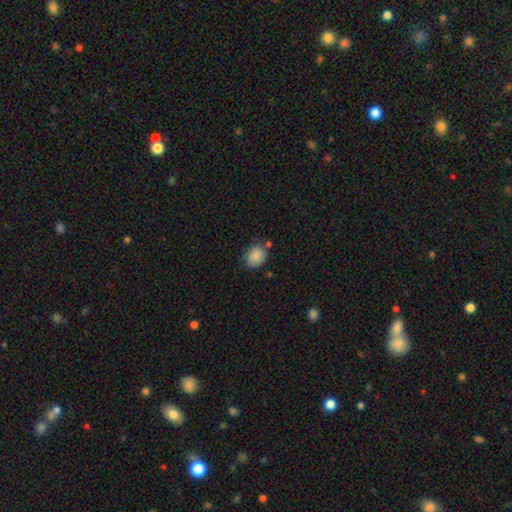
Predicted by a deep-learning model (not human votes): Smooth or featured? smooth (87%)
How rounded? round (54%)
Merging? none (70%)